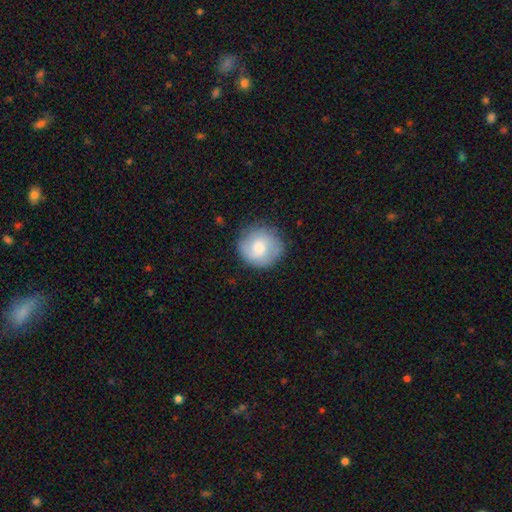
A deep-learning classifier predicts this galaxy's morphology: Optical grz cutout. It shows a smooth galaxy with no disk features (56%) that is round (90%). Merging: none (84%).